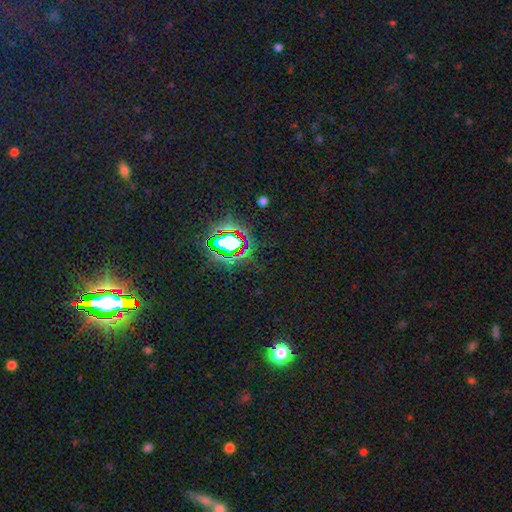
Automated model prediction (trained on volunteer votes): smooth-or-featured: star or artifact: 83% | smooth: 10% | featured or disk: 7%